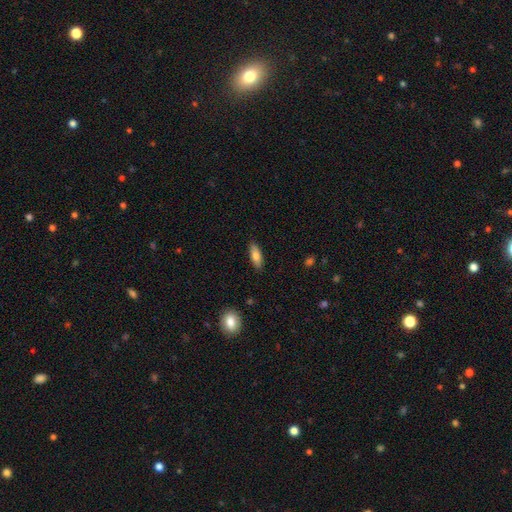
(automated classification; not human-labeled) Morphology: type=smooth (76%); roundness=in between (66%); merging=none (87%).